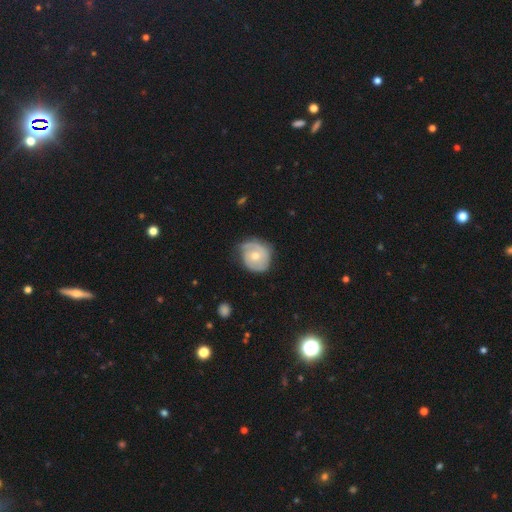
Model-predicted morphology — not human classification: This is possibly a featured or disk galaxy (59%). It is clearly not viewed edge-on (97%). Bar: likely no (76%). Spiral arm pattern: likely yes (77%). Central bulge: likely moderate (63%). Merging: likely none (60%).